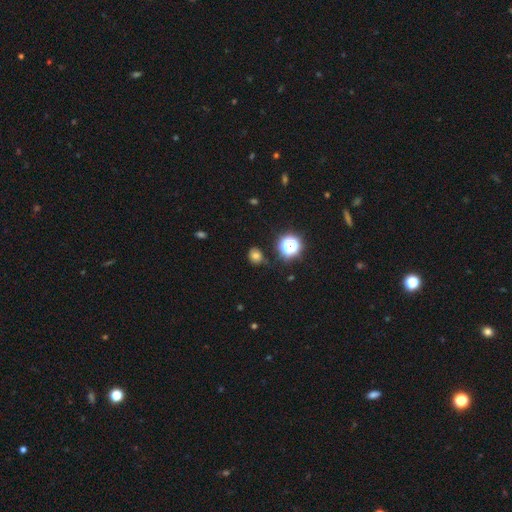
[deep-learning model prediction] Smooth or featured: smooth — 72% (star or artifact — 21%)
How rounded: round — 65% (in between — 34%)
Merging: none — 77% (minor disturbance — 16%)